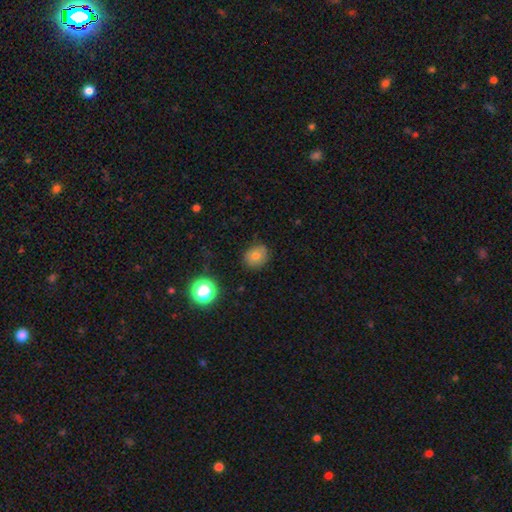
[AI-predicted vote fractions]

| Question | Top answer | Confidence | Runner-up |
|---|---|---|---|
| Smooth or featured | smooth | 70% | featured or disk (16%) |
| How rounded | round | 69% | in between (30%) |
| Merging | none | 82% | minor disturbance (13%) |